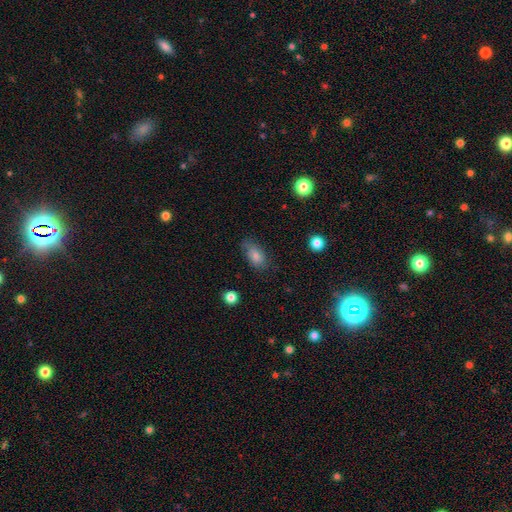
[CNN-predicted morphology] smooth-or-featured: smooth: 77% | featured or disk: 15% | star or artifact: 9%
  how-rounded: in between: 90% | round: 7% | cigar-shaped: 3%
  merging: none: 65% | minor disturbance: 26% | major disturbance: 8% | merger: 2%